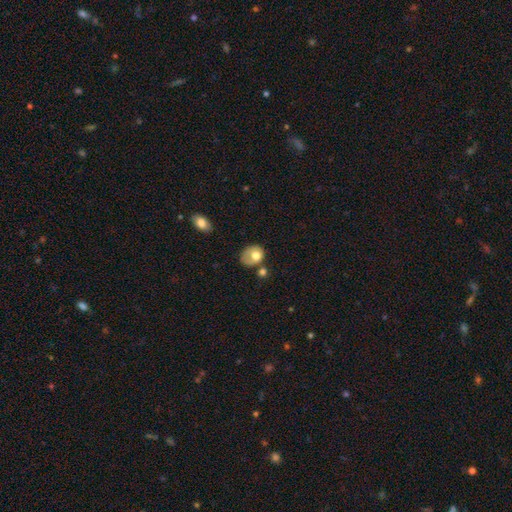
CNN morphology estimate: smooth-or-featured: smooth: 68% | featured or disk: 24% | star or artifact: 8%
  how-rounded: in between: 52% | round: 47% | cigar-shaped: 1%
  merging: none: 39% | minor disturbance: 27% | major disturbance: 18% | merger: 16%